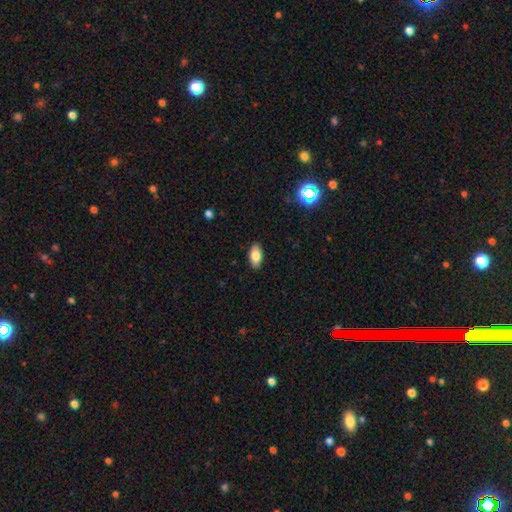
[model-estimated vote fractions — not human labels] The model was most divided on "smooth or featured": smooth: 83%, featured or disk: 9%, star or artifact: 8%. More confident: how rounded — in between (91%); merging — none (89%).